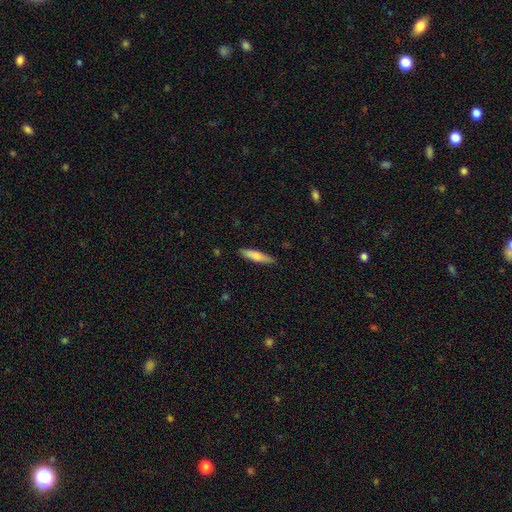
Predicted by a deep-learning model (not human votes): This is likely a smooth galaxy (77%). How rounded: clearly cigar-shaped (81%). Merging: clearly none (85%).